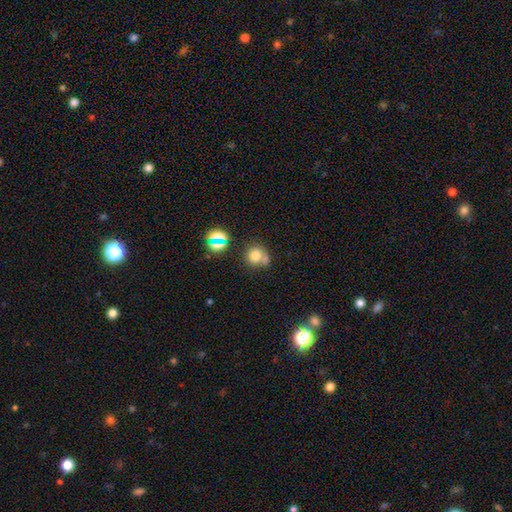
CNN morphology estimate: Smooth or featured? Predicted: smooth (p=0.71). How rounded? Predicted: round (p=0.85). Merging? Predicted: none (p=0.54).